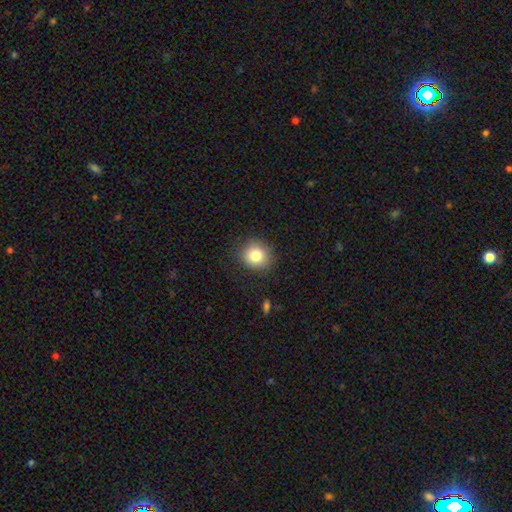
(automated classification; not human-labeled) A smooth galaxy with no disk features (82%) that is round (84%). Merging: none (87%).